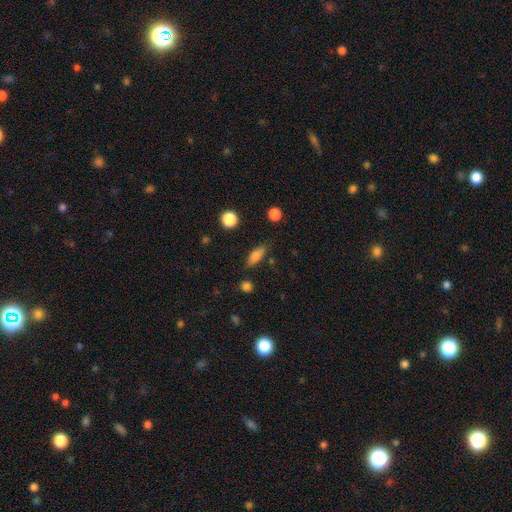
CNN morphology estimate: This is likely a smooth galaxy (75%). How rounded: possibly in between (59%). Merging: clearly none (81%).